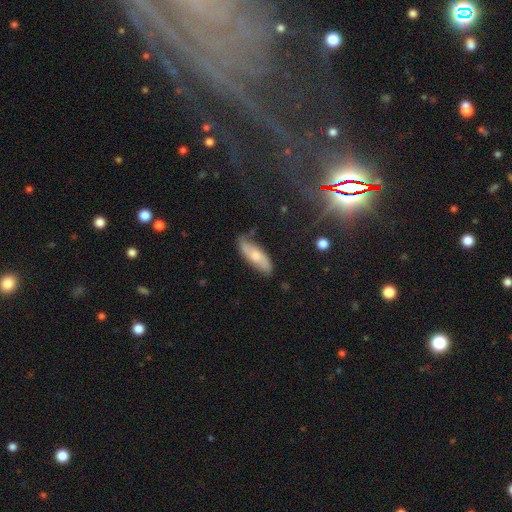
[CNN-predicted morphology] Q: Smooth or featured?
A: smooth (50%); runner-up: featured or disk (44%)
Q: Merging?
A: none (69%); runner-up: minor disturbance (23%)